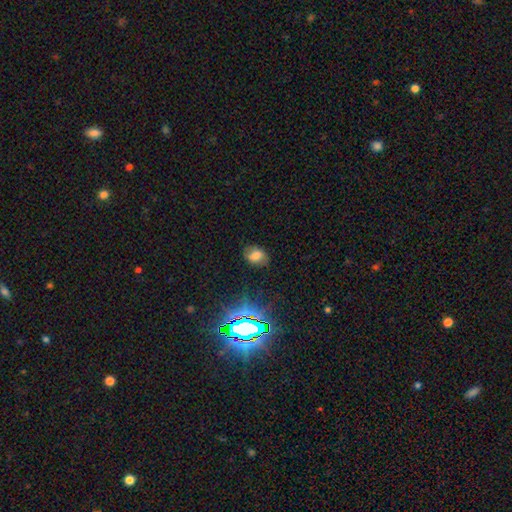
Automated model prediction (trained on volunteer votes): Morphology: type=smooth (63%); roundness=in between (74%); merging=none (76%).